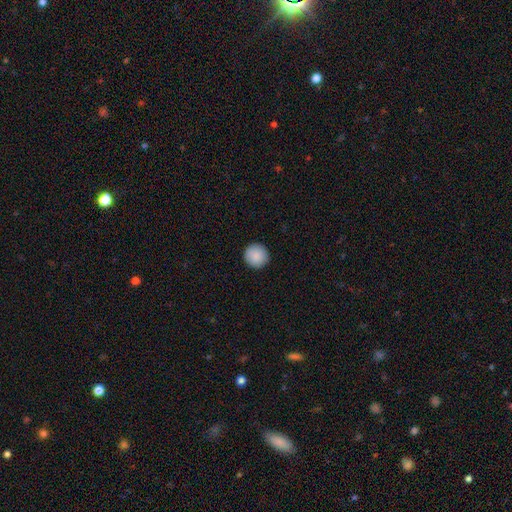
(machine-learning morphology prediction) Overall: smooth (88%). How rounded: round (96%). Merging: none (93%).